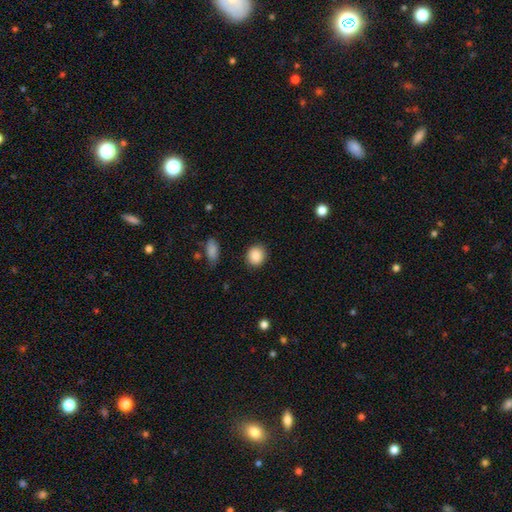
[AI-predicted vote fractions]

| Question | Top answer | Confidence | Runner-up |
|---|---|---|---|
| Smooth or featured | smooth | 89% | star or artifact (8%) |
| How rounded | round | 77% | in between (22%) |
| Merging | none | 89% | minor disturbance (7%) |